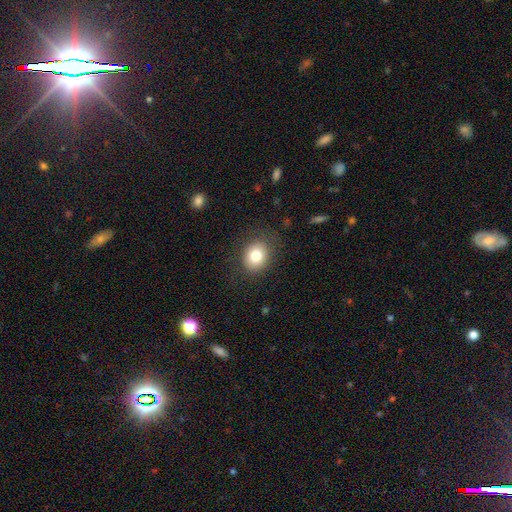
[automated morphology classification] Q: Smooth or featured?
A: smooth (81%); runner-up: star or artifact (10%)
Q: How rounded?
A: round (57%); runner-up: in between (43%)
Q: Merging?
A: none (83%); runner-up: minor disturbance (11%)